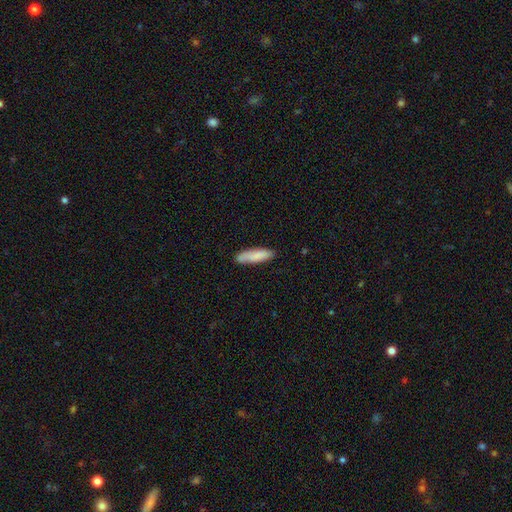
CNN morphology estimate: The model was most divided on "how rounded": cigar-shaped: 66%, in between: 33%, round: 1%. More confident: smooth or featured — smooth (85%); merging — none (80%).